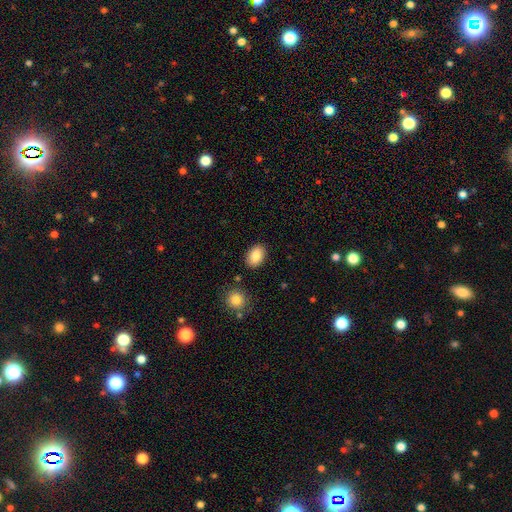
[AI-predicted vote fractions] smooth_or_featured: smooth (p=0.86) [alt: star or artifact p=0.08]
how_rounded: in between (p=0.85) [alt: round p=0.14]
merging: none (p=0.86) [alt: minor disturbance p=0.09]